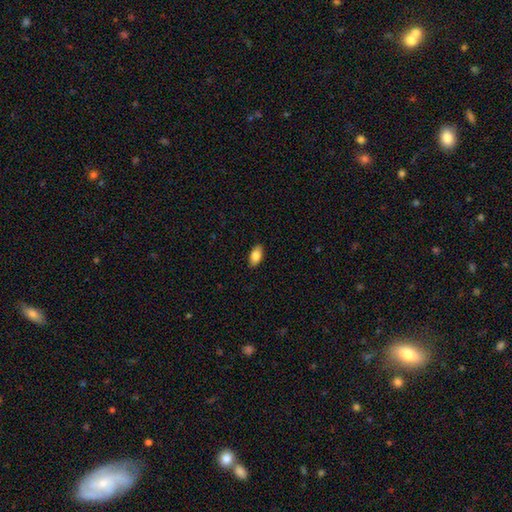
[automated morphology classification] Q: Smooth or featured?
A: smooth (83%); runner-up: featured or disk (10%)
Q: How rounded?
A: in between (92%); runner-up: cigar-shaped (4%)
Q: Merging?
A: none (89%); runner-up: minor disturbance (8%)